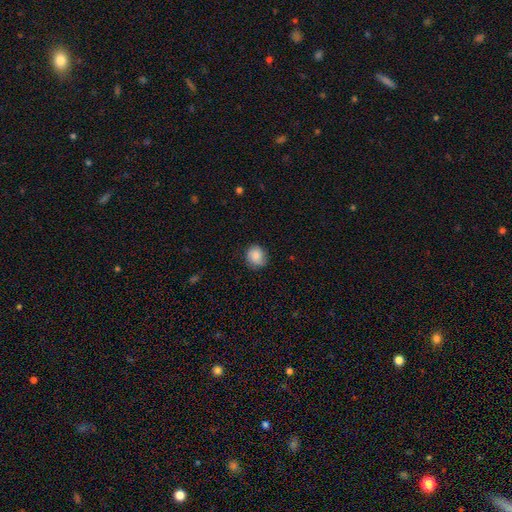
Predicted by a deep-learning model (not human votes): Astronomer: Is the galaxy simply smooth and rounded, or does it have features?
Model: smooth — 85%.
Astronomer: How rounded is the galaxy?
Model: round — 77%.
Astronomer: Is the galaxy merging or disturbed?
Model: none — 79%.